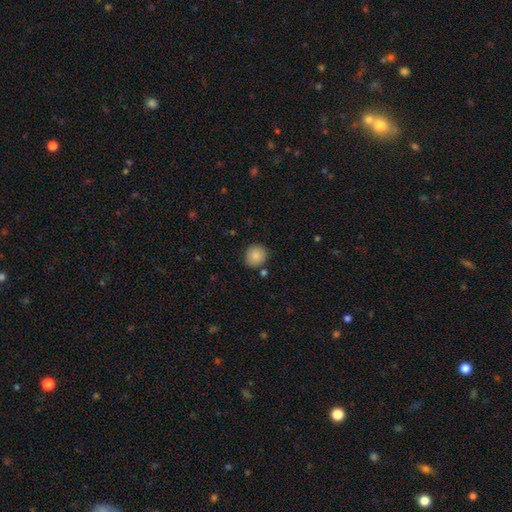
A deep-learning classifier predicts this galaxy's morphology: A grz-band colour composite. It shows a smooth galaxy with no disk features (87%) that is round (84%). Merging: none (81%).